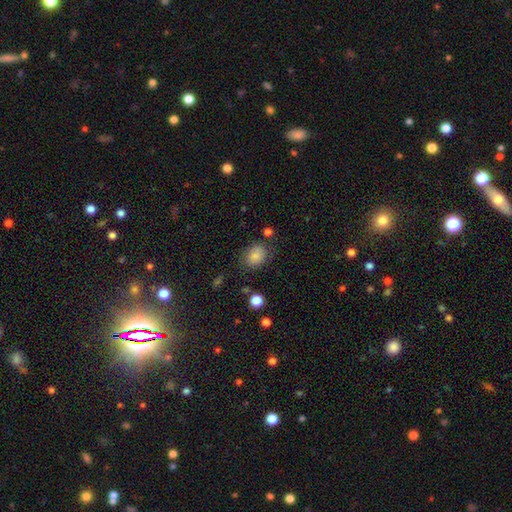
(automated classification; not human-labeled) Smooth or featured? smooth (82%)
How rounded? in between (56%)
Merging? none (73%)